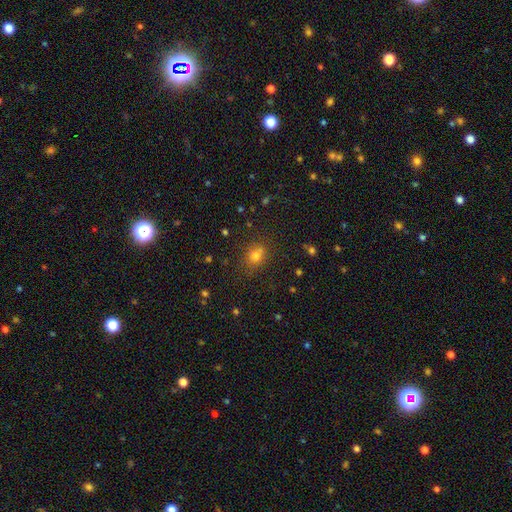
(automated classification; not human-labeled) Smooth or featured? smooth (68%)
How rounded? round (51%)
Merging? none (74%)